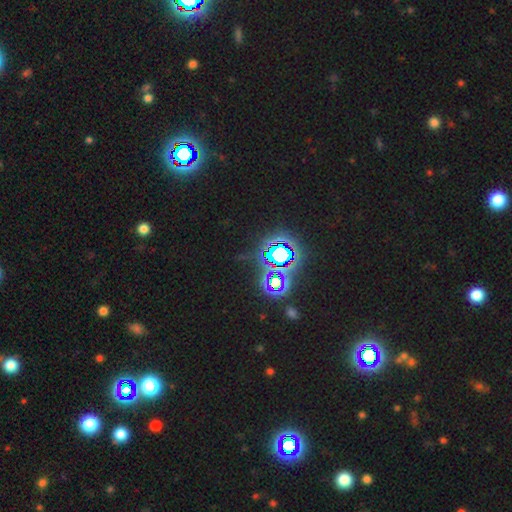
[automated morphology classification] Smooth or featured: star or artifact — 78% (smooth — 15%)